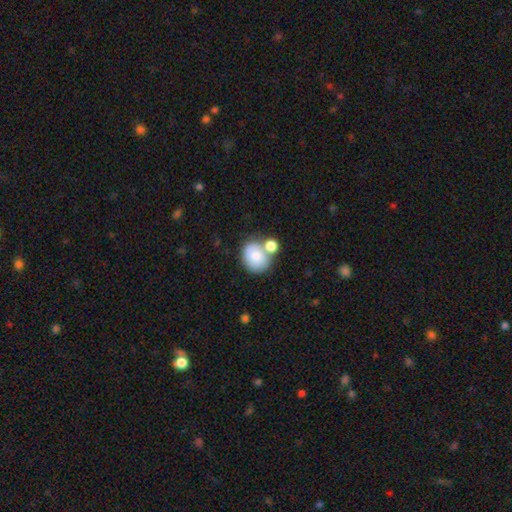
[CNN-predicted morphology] Smooth or featured? Predicted: smooth (p=0.75). How rounded? Predicted: round (p=0.64). Merging? Predicted: none (p=0.43).